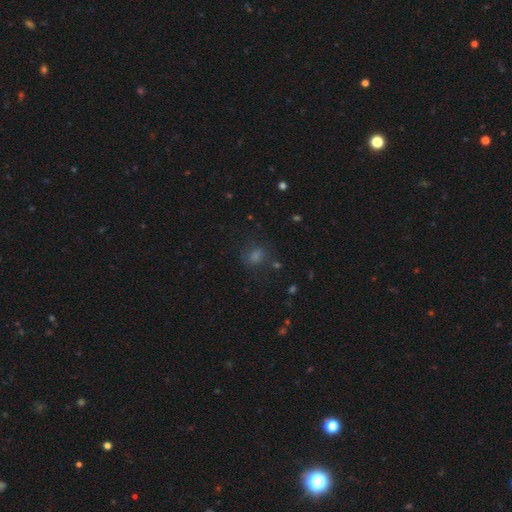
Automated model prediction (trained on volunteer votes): This appears to be a smooth galaxy with no disk features (56%) that is round (66%). Merging: none (73%).